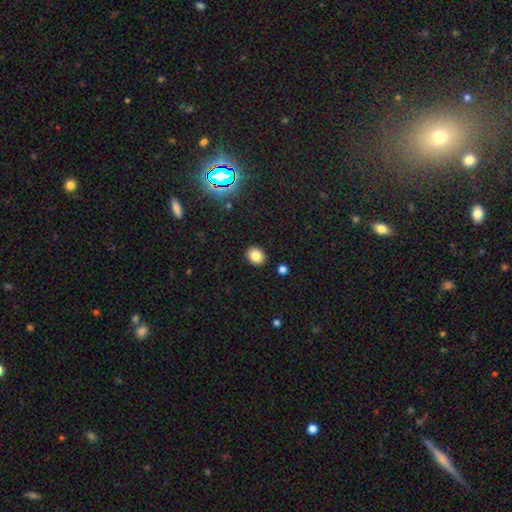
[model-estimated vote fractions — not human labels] Smooth or featured? smooth (81%)
How rounded? round (57%)
Merging? none (90%)